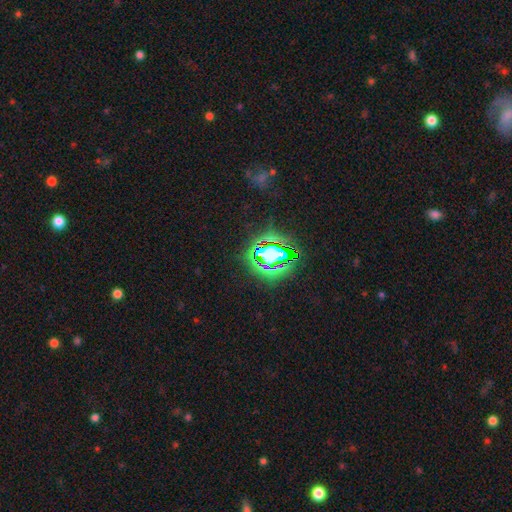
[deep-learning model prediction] A star or artifact, not a galaxy (81%).

Vote fractions:
- Smooth or featured? star or artifact: 81% / smooth: 12% / featured or disk: 7%